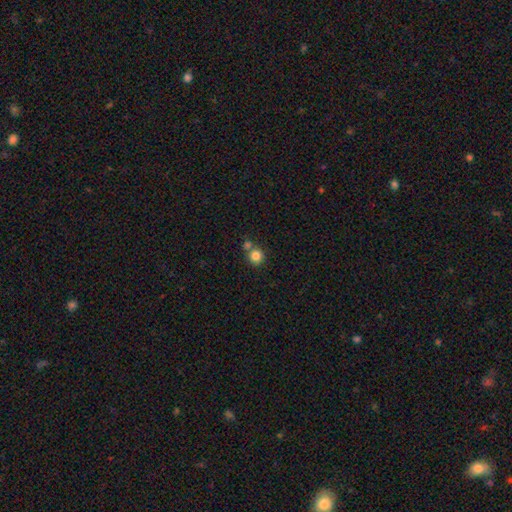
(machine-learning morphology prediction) smooth 84%, star or artifact 11%, featured or disk 6%. Down the decision tree: how rounded — round (91%); merging — none (63%).